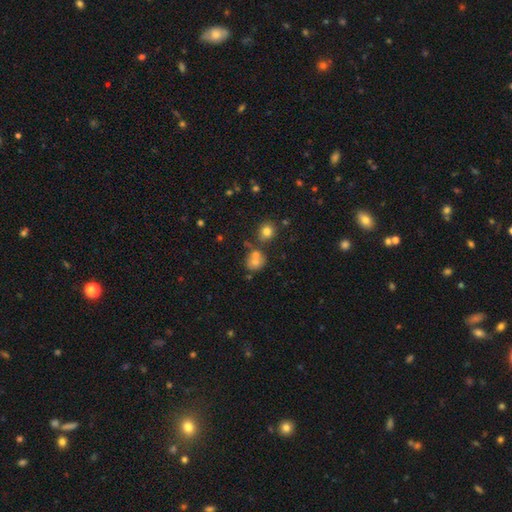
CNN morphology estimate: type=smooth (63%); roundness=round (76%); merging=none (51%).